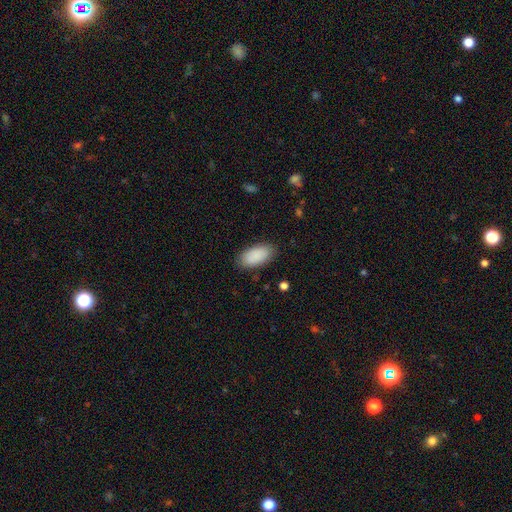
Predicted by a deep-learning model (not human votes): The model was most divided on "merging": none: 86%, minor disturbance: 11%, major disturbance: 3%, merger: 1%. More confident: how rounded — in between (94%); smooth or featured — smooth (89%).